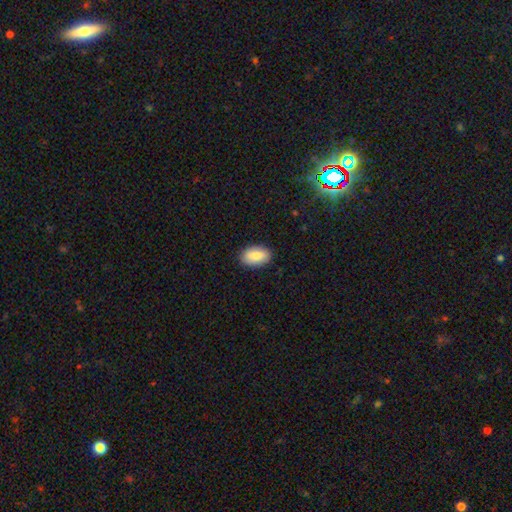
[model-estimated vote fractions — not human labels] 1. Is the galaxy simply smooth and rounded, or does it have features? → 83% smooth, 11% featured or disk, 6% star or artifact.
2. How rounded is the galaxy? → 93% in between, 6% round, 2% cigar-shaped.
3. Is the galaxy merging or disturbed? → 88% none, 9% minor disturbance, 2% major disturbance, 1% merger.